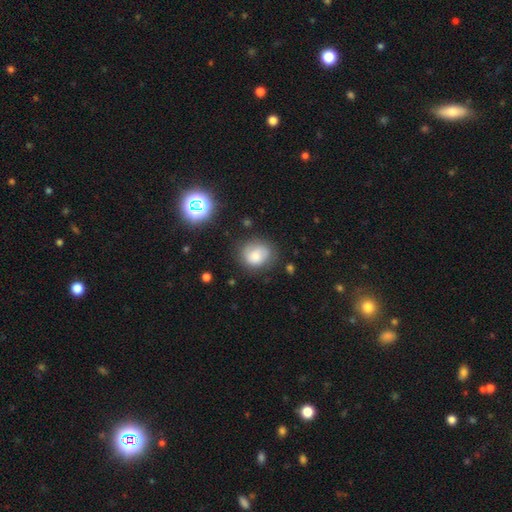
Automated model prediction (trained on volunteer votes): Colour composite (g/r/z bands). It shows a smooth galaxy with no disk features (72%) that is round (63%). Merging: none (66%).